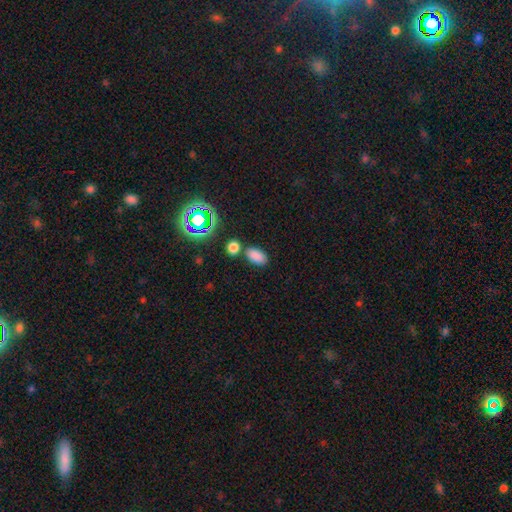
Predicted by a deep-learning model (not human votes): Q: Smooth or featured?
A: smooth (81%); runner-up: star or artifact (14%)
Q: How rounded?
A: in between (92%); runner-up: round (6%)
Q: Merging?
A: none (74%); runner-up: merger (13%)